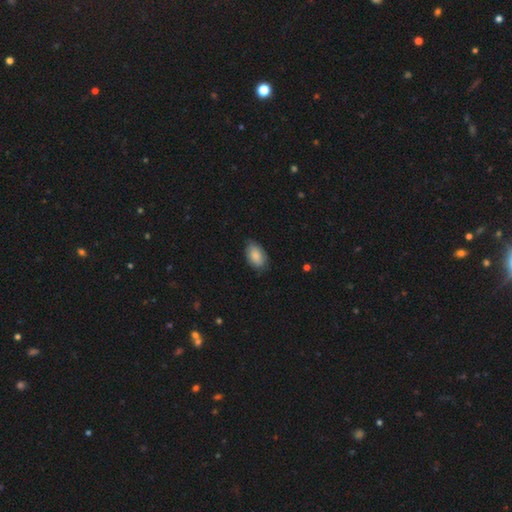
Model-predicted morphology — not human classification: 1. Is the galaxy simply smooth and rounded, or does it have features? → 86% smooth, 8% featured or disk, 6% star or artifact.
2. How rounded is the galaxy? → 93% in between, 6% round, 2% cigar-shaped.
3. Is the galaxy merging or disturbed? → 72% none, 24% minor disturbance, 3% major disturbance, 1% merger.